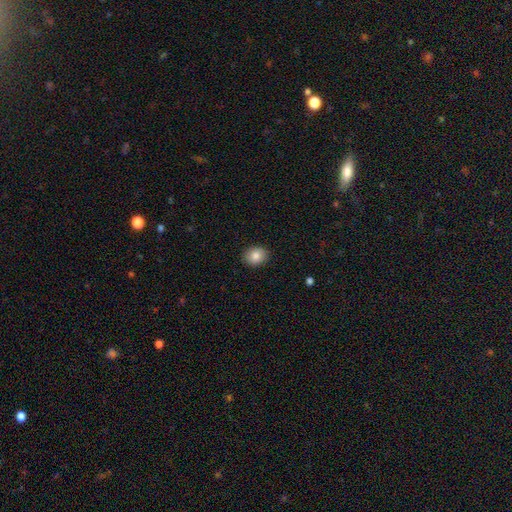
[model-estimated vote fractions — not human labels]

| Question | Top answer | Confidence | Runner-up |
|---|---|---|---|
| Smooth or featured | smooth | 85% | star or artifact (8%) |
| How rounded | in between | 50% | round (49%) |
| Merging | none | 90% | minor disturbance (7%) |